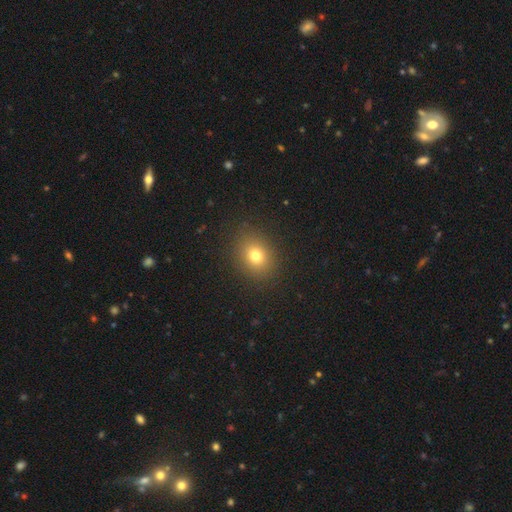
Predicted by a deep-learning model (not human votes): Smooth or featured? smooth (76%)
How rounded? round (59%)
Merging? none (89%)